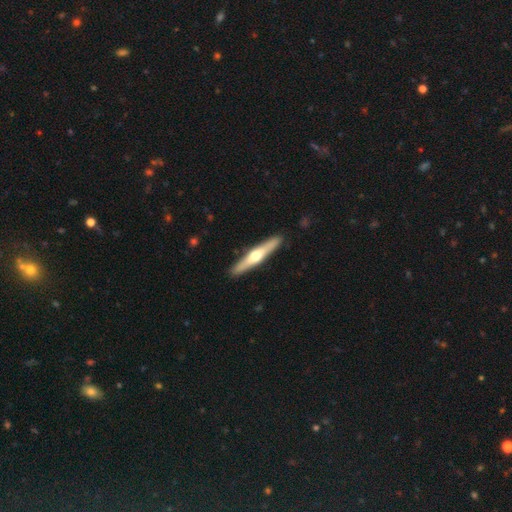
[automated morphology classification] type=featured or disk (60%); edge-on=yes (95%); edge-on bulge=rounded (93%); merging=none (91%).